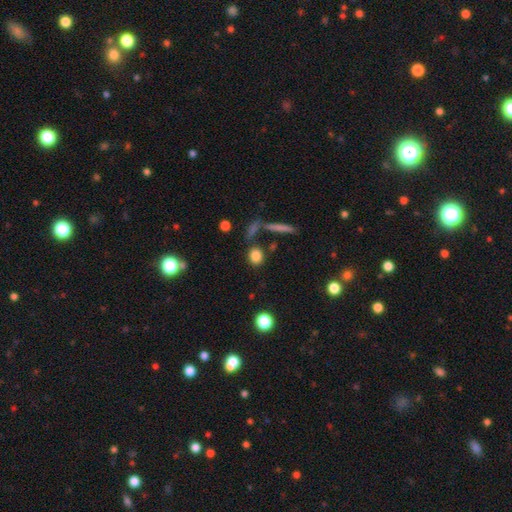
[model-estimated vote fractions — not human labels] Smooth or featured?
  - smooth: 84% *
  - star or artifact: 10%
  - featured or disk: 6%
How rounded?
  - round: 56% *
  - in between: 38%
  - cigar-shaped: 6%
Merging?
  - none: 76% *
  - minor disturbance: 11%
  - merger: 9%
  - major disturbance: 4%